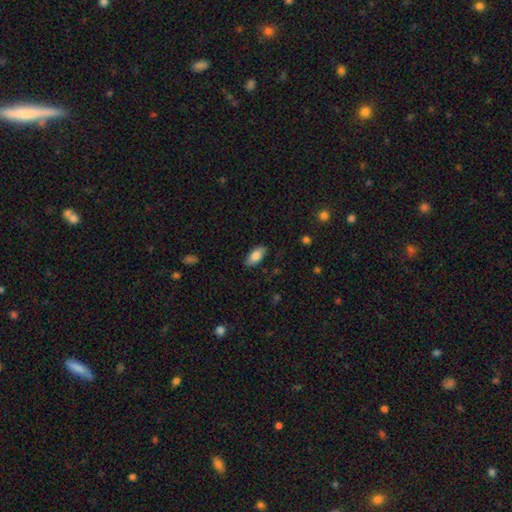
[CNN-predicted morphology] A smooth galaxy with no disk features (82%) that is in between round and cigar-shaped (90%).

Vote fractions:
- Smooth or featured? smooth: 82% / featured or disk: 12% / star or artifact: 6%
- How rounded? in between: 90% / cigar-shaped: 8% / round: 2%
- Merging? none: 85% / minor disturbance: 11% / major disturbance: 2% / merger: 1%